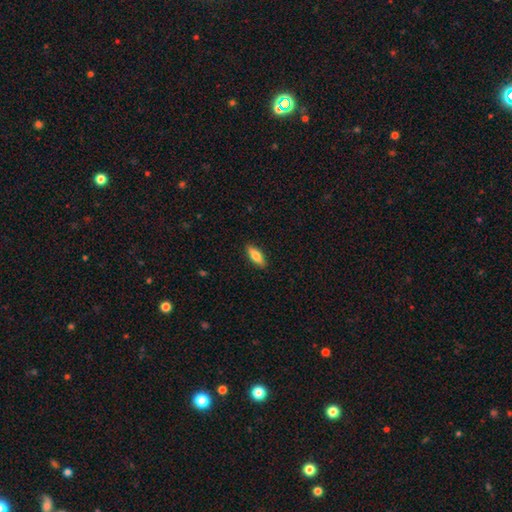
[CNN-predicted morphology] smooth 73%, featured or disk 21%, star or artifact 6%. Down the decision tree: how rounded — in between (59%); merging — none (89%).